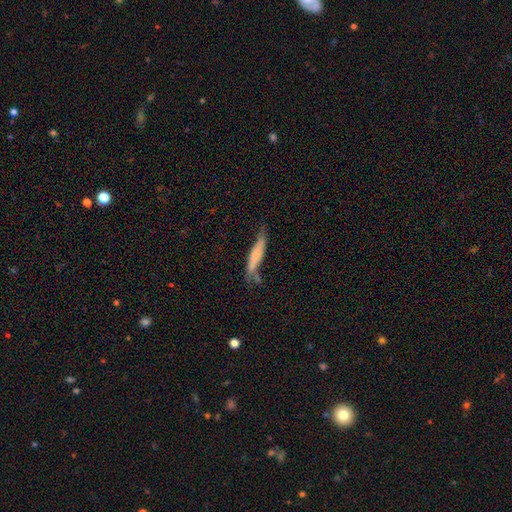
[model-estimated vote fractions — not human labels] smooth 65%, featured or disk 28%, star or artifact 7%. Down the decision tree: how rounded — cigar-shaped (89%); merging — none (54%).